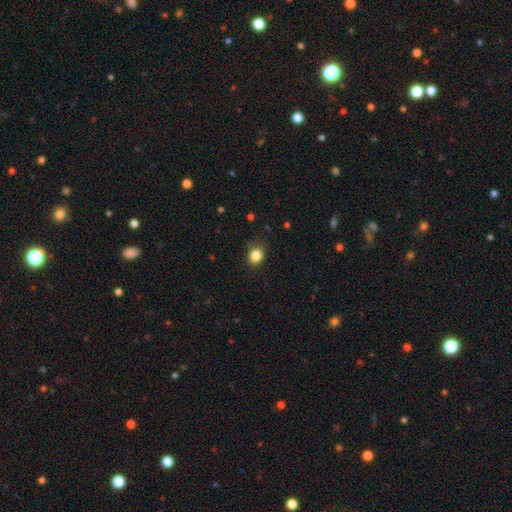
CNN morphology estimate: smooth 85%, star or artifact 11%, featured or disk 4%. Down the decision tree: how rounded — round (61%); merging — none (83%).